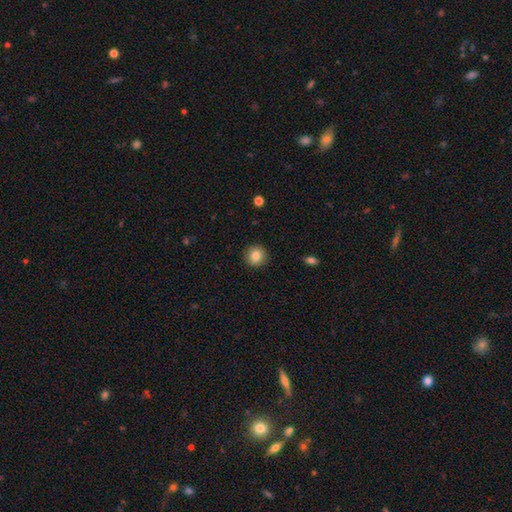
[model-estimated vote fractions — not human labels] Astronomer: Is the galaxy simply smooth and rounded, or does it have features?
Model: smooth — 85%.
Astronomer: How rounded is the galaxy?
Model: round — 92%.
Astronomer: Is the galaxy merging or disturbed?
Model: none — 91%.